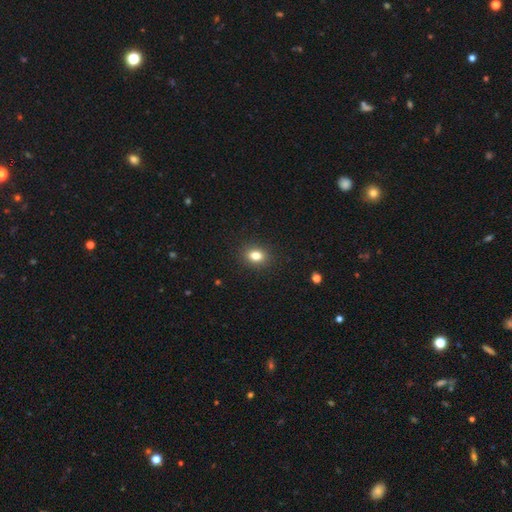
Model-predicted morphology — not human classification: smooth-or-featured: smooth: 82% | star or artifact: 11% | featured or disk: 7%
  how-rounded: in between: 63% | round: 36% | cigar-shaped: 1%
  merging: none: 90% | minor disturbance: 7% | major disturbance: 2% | merger: 1%